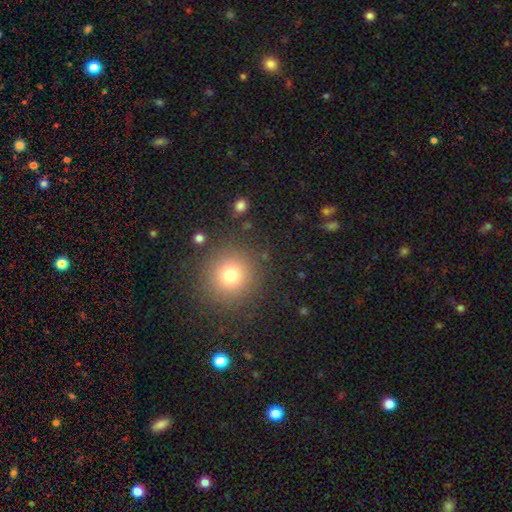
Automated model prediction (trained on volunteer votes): Q: Smooth or featured?
A: smooth (70%); runner-up: star or artifact (24%)
Q: How rounded?
A: round (94%); runner-up: in between (5%)
Q: Merging?
A: none (91%); runner-up: minor disturbance (5%)